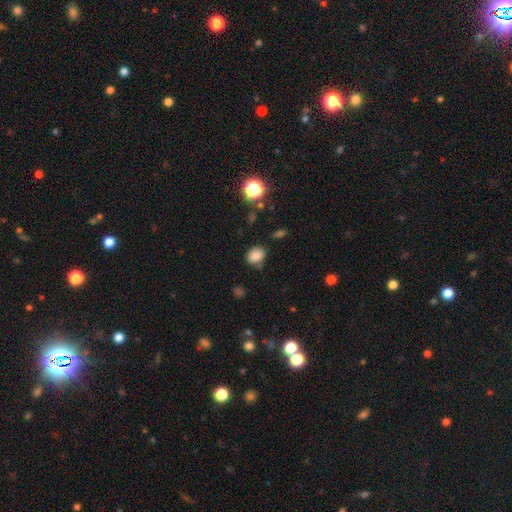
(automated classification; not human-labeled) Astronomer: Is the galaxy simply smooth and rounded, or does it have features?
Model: smooth — 82%.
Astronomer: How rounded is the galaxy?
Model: in between — 51% (runner-up: round, 48%).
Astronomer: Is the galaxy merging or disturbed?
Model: none — 75%.